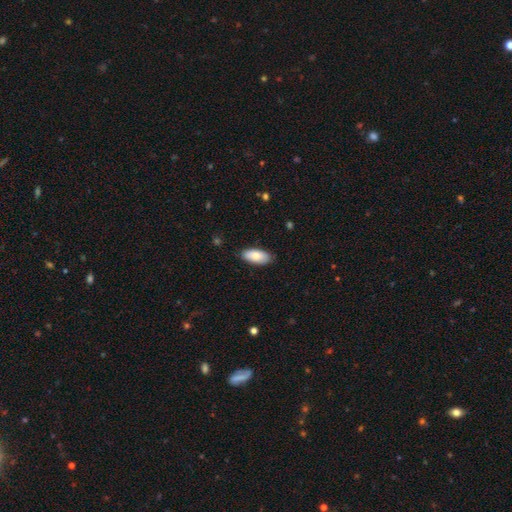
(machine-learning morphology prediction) type=smooth (80%); roundness=in between (90%); merging=none (85%).